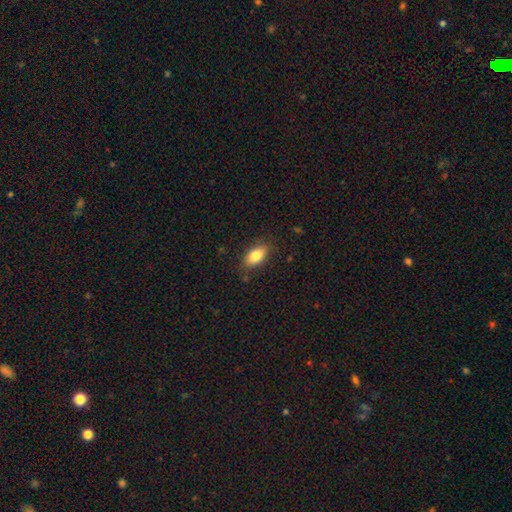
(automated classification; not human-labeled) smooth_or_featured: smooth (p=0.81) [alt: featured or disk p=0.11]
how_rounded: in between (p=0.89) [alt: cigar-shaped p=0.07]
merging: none (p=0.82) [alt: minor disturbance p=0.13]